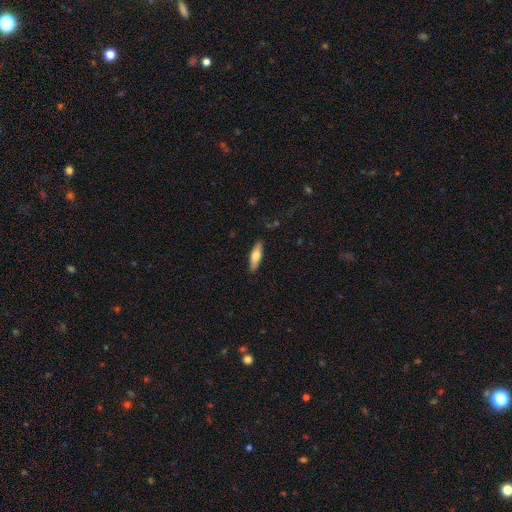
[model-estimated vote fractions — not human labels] Q: Smooth or featured?
A: smooth (62%); runner-up: featured or disk (33%)
Q: How rounded?
A: cigar-shaped (55%); runner-up: in between (43%)
Q: Merging?
A: none (88%); runner-up: minor disturbance (9%)